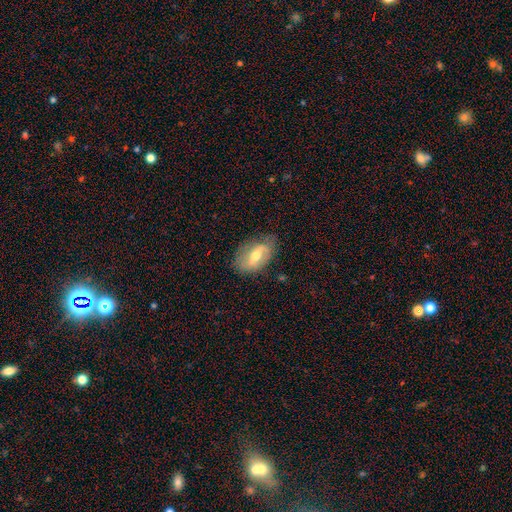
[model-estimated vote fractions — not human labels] smooth-or-featured: featured or disk: 56% | smooth: 37% | star or artifact: 7%
  disk-edge-on: no: 89% | yes: 11%
  merging: none: 71% | minor disturbance: 21% | major disturbance: 6% | merger: 1%